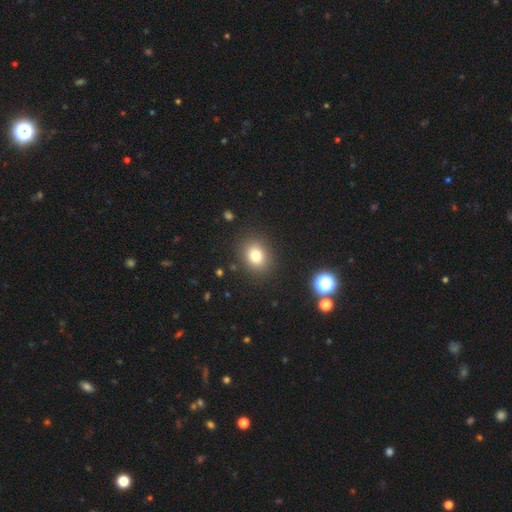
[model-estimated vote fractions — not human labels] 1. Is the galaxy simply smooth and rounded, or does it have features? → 78% smooth, 13% star or artifact, 9% featured or disk.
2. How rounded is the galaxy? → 54% round, 45% in between, 1% cigar-shaped.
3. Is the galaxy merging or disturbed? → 87% none, 8% minor disturbance, 3% major disturbance, 2% merger.